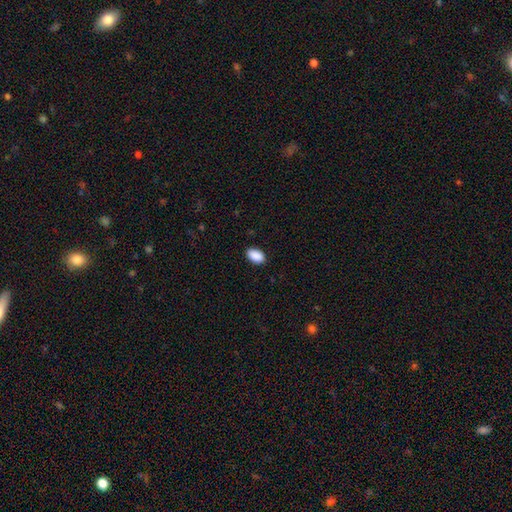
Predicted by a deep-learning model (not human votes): This is clearly a smooth galaxy (91%). How rounded: clearly in between (93%). Merging: clearly none (87%).